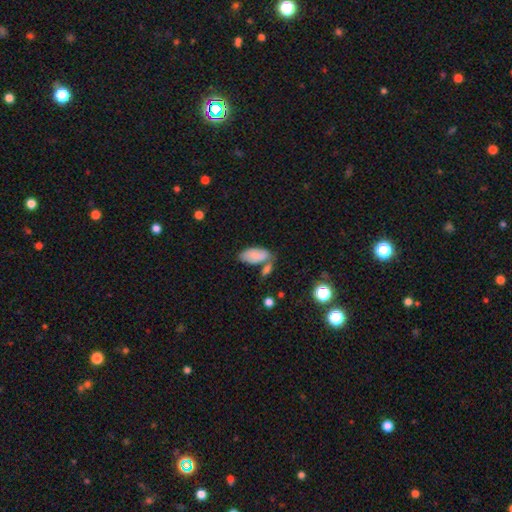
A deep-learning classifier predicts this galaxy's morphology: This is likely a smooth galaxy (79%). How rounded: clearly in between (93%). Merging: possibly none (46%).